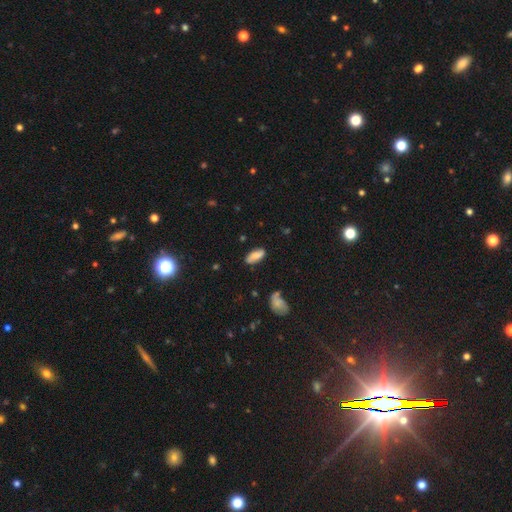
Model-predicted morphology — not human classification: Overall: smooth (75%). How rounded: in between (84%). Merging: none (77%).